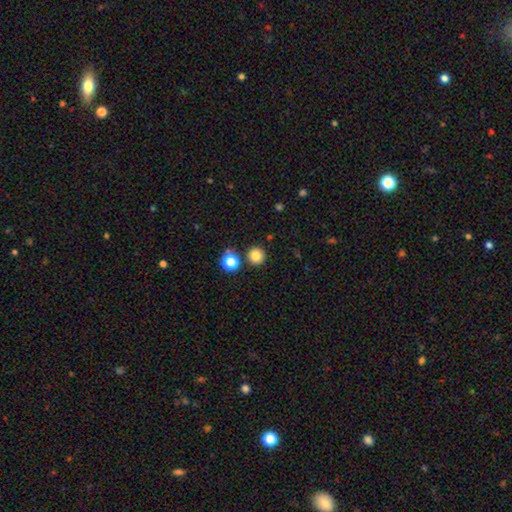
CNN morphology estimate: This is clearly a smooth galaxy (83%). How rounded: clearly round (95%). Merging: clearly none (87%).